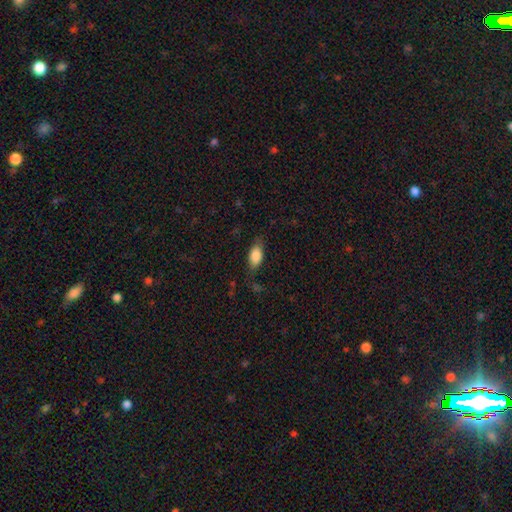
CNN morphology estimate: smooth-or-featured: smooth: 82% | featured or disk: 11% | star or artifact: 7%
  how-rounded: in between: 87% | cigar-shaped: 9% | round: 4%
  merging: none: 72% | minor disturbance: 20% | major disturbance: 6% | merger: 2%